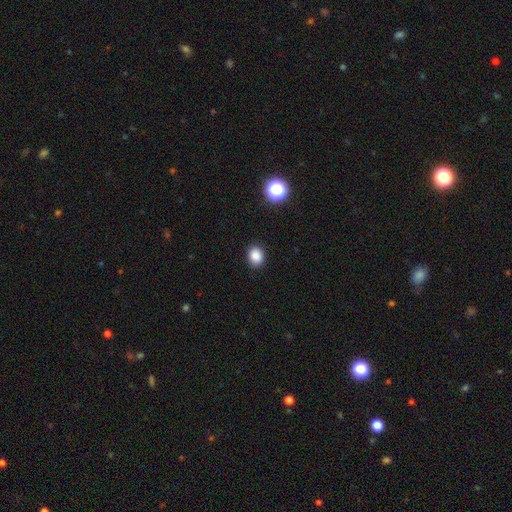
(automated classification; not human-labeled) This appears to be a smooth galaxy with no disk features (86%) that is round (59%). Merging: none (89%).